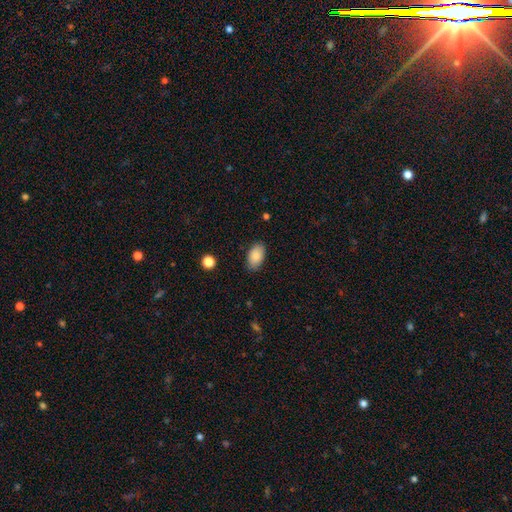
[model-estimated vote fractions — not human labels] smooth 87%, star or artifact 7%, featured or disk 6%. Down the decision tree: how rounded — in between (93%); merging — none (85%).